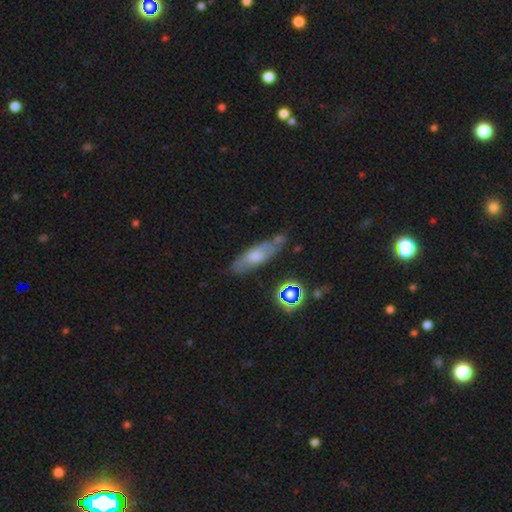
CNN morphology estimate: type=smooth (51%); roundness=cigar-shaped (50%); merging=none (63%).